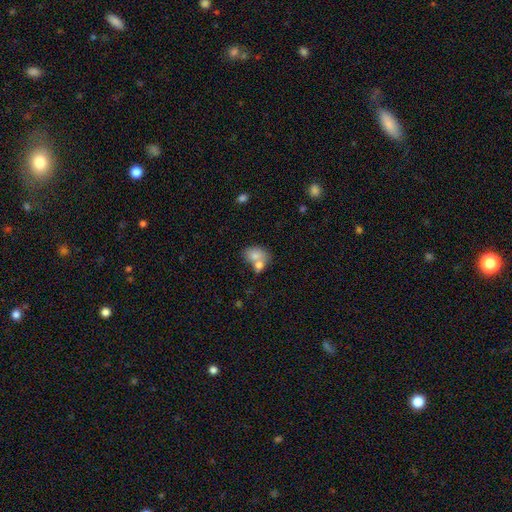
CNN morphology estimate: This is likely a smooth galaxy (74%). How rounded: likely in between (67%). Merging: possibly merger (46%).